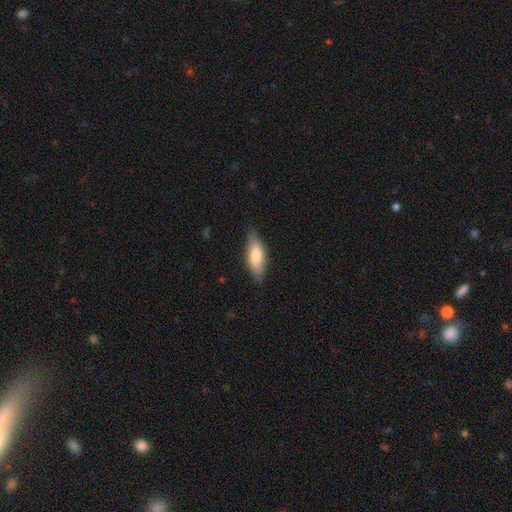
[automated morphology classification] Smooth or featured? smooth (74%)
How rounded? in between (67%)
Merging? none (76%)